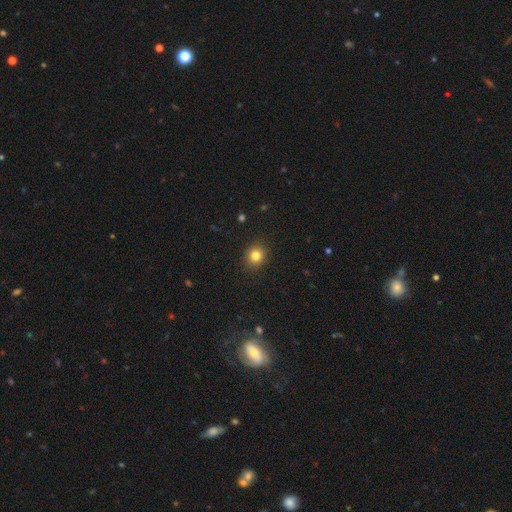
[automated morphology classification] Smooth or featured: smooth — 82% (star or artifact — 12%)
How rounded: round — 78% (in between — 21%)
Merging: none — 90% (minor disturbance — 7%)